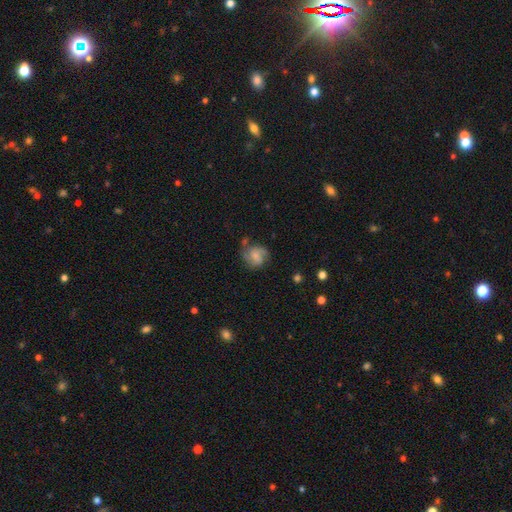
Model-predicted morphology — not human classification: type=featured or disk (61%); edge-on=no (98%); bar=no (48%); spiral arms=yes (89%); winding=medium (48%); arm count=2 (61%); bulge=small (43%); merging=none (58%).